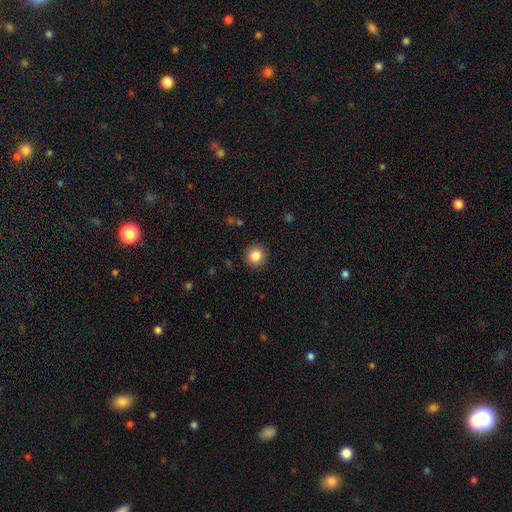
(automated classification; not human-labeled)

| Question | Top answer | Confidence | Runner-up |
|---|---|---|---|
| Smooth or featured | smooth | 85% | star or artifact (10%) |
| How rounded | round | 91% | in between (8%) |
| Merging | none | 91% | minor disturbance (6%) |